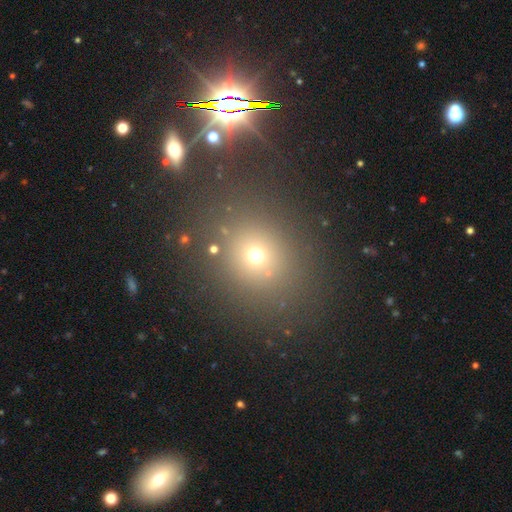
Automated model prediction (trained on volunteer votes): smooth 66%, star or artifact 24%, featured or disk 10%. Down the decision tree: how rounded — round (75%); merging — none (77%).